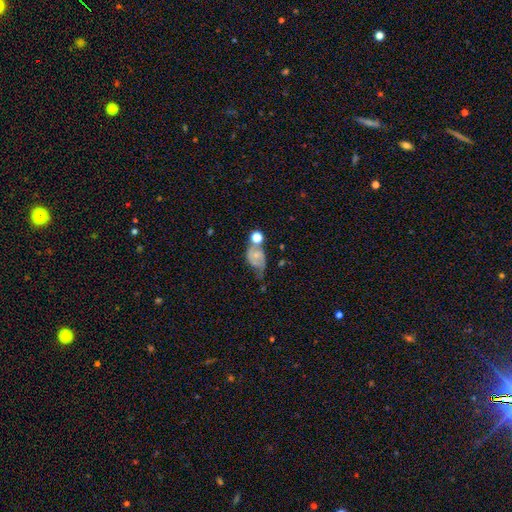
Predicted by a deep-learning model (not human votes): The model was most divided on "merging": none: 32%, minor disturbance: 25%, merger: 24%, major disturbance: 19%. More confident: edge-on disk — no (96%); spiral arms — yes (76%); bar — no (63%); bulge size — small (55%); smooth or featured — featured or disk (53%).